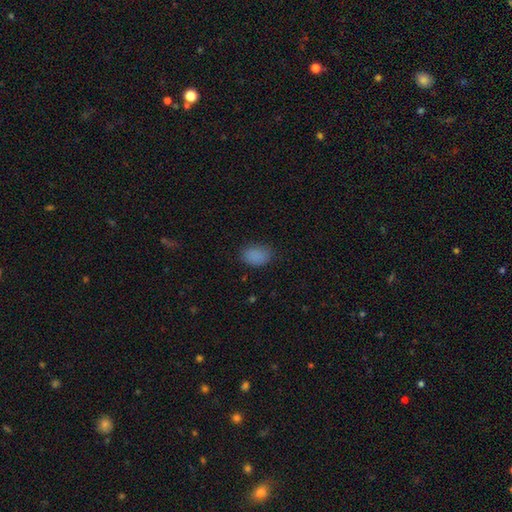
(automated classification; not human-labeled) Smooth or featured? smooth (86%)
How rounded? in between (83%)
Merging? none (80%)